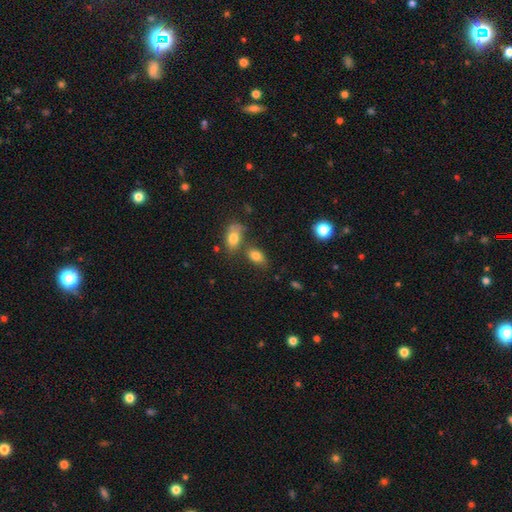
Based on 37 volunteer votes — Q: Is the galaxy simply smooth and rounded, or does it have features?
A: smooth — 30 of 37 (81%).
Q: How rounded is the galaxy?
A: in between — 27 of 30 (90%).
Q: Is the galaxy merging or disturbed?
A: none — 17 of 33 (52%).